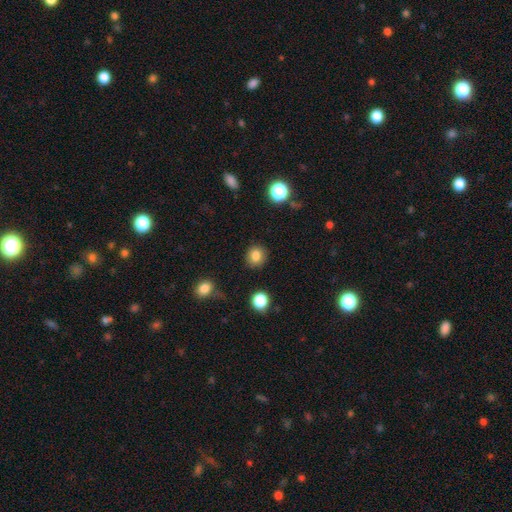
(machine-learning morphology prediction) This is clearly a smooth galaxy (83%). How rounded: clearly round (83%). Merging: clearly none (88%).